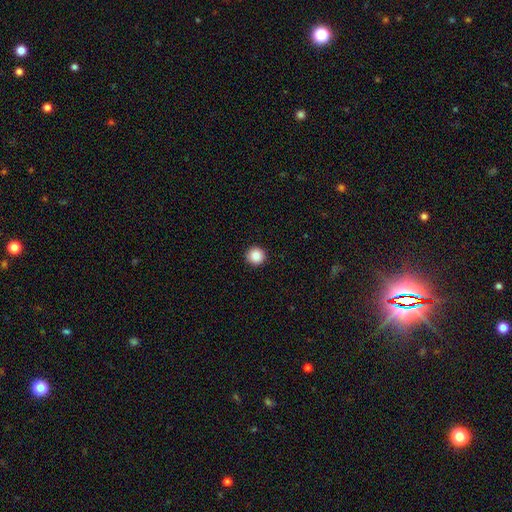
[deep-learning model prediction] A smooth galaxy with no disk features (88%) that is round (96%).

Vote fractions:
- Smooth or featured? smooth: 88% / star or artifact: 9% / featured or disk: 3%
- How rounded? round: 96% / in between: 3% / cigar-shaped: 1%
- Merging? none: 93% / minor disturbance: 4% / major disturbance: 2% / merger: 1%